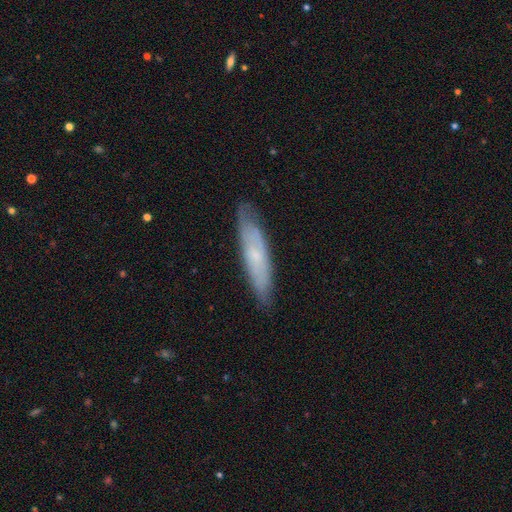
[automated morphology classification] Smooth or featured? featured or disk (47%)
Merging? none (80%)